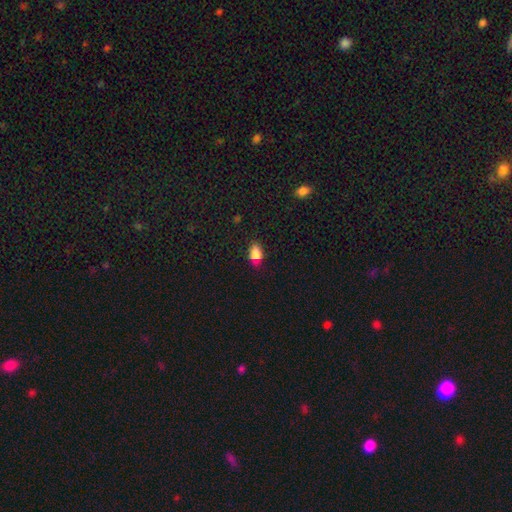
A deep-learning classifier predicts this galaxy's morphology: Q: Smooth or featured?
A: smooth (82%); runner-up: star or artifact (12%)
Q: How rounded?
A: in between (85%); runner-up: round (12%)
Q: Merging?
A: none (69%); runner-up: minor disturbance (23%)